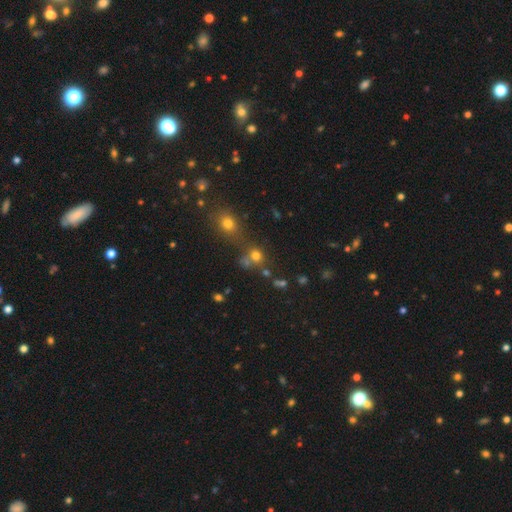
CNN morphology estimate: Q: Smooth or featured?
A: smooth (70%); runner-up: star or artifact (21%)
Q: How rounded?
A: round (84%); runner-up: in between (15%)
Q: Merging?
A: none (55%); runner-up: merger (29%)